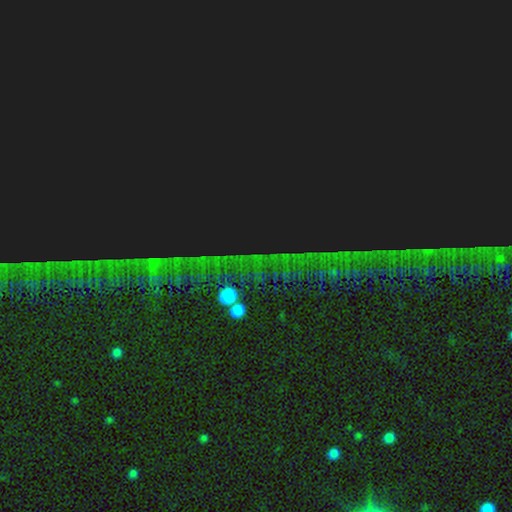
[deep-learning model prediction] Smooth or featured?
  - star or artifact: 87% *
  - smooth: 7%
  - featured or disk: 6%